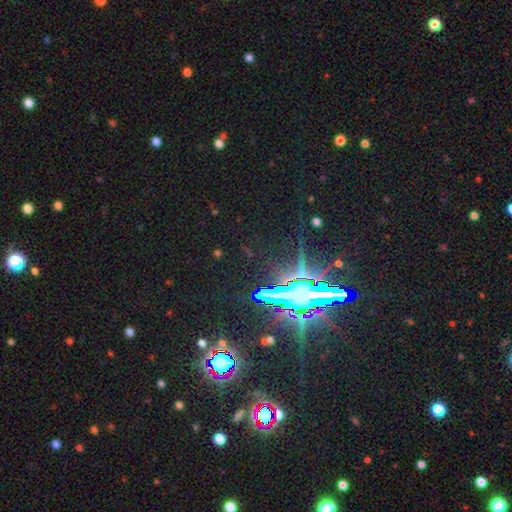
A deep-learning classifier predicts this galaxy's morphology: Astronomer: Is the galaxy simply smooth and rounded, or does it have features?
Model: star or artifact — 82%.